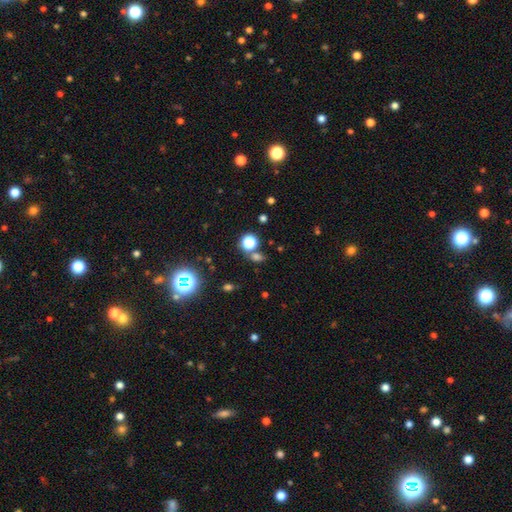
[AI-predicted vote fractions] Smooth or featured? Predicted: star or artifact (p=0.50).